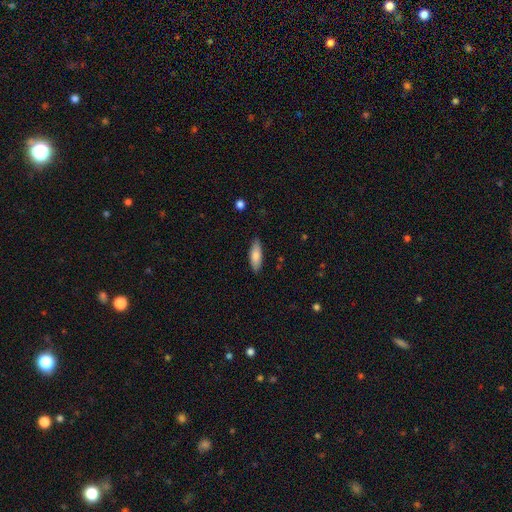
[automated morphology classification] This is clearly a smooth galaxy (80%). How rounded: possibly in between (58%). Merging: clearly none (87%).